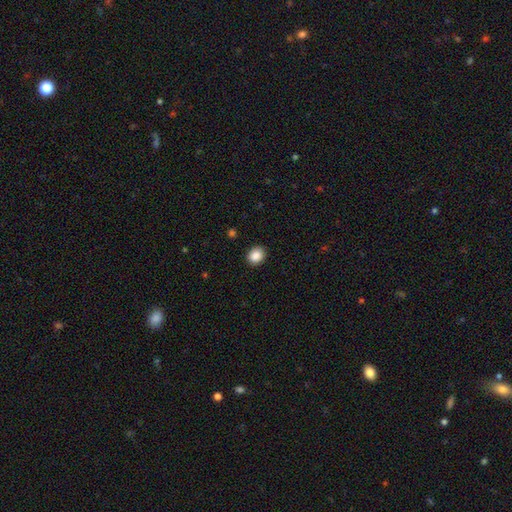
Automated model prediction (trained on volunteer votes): Overall: smooth (88%). How rounded: round (63%; in between 36%). Merging: none (90%).